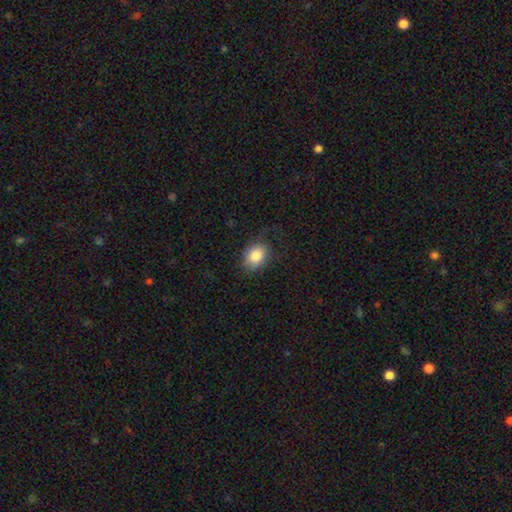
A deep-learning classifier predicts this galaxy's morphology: smooth 83%, featured or disk 9%, star or artifact 8%. Down the decision tree: how rounded — in between (66%); merging — none (71%).